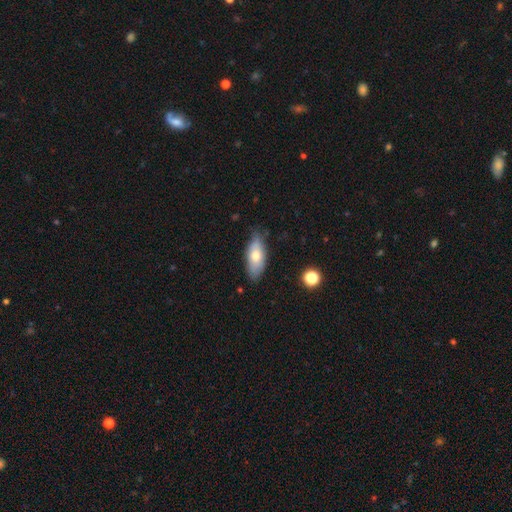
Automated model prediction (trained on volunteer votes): Q: Smooth or featured?
A: smooth (68%); runner-up: featured or disk (25%)
Q: How rounded?
A: in between (83%); runner-up: cigar-shaped (14%)
Q: Merging?
A: none (75%); runner-up: minor disturbance (20%)